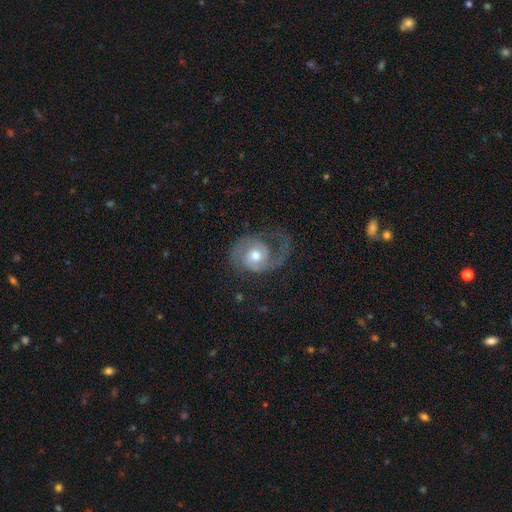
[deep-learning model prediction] Overall: featured or disk (78%). Edge-on disk: no (97%). Bar: no (68%). Spiral arms: yes (93%). Spiral arm count: 2 (56%; 1 35%). Spiral winding: medium (43%; loose 29%). Bulge size: moderate (72%). Merging: none (47%; major disturbance 32%).